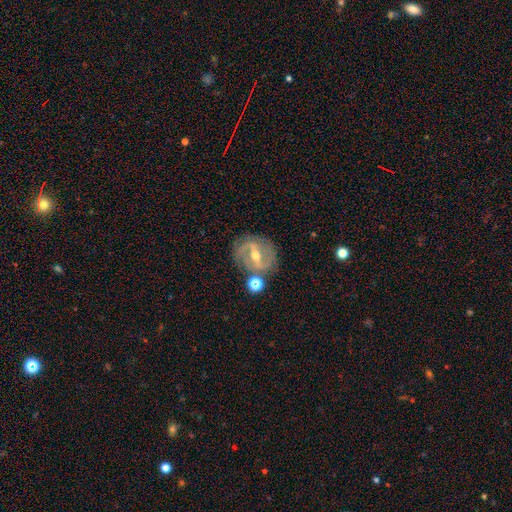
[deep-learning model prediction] Smooth or featured? featured or disk (84%)
Edge-on disk? no (96%)
Bar? strong (54%)
Spiral arms? yes (91%)
Spiral winding? medium (47%)
Spiral arm count? 2 (83%)
Bulge size? moderate (58%)
Merging? none (76%)